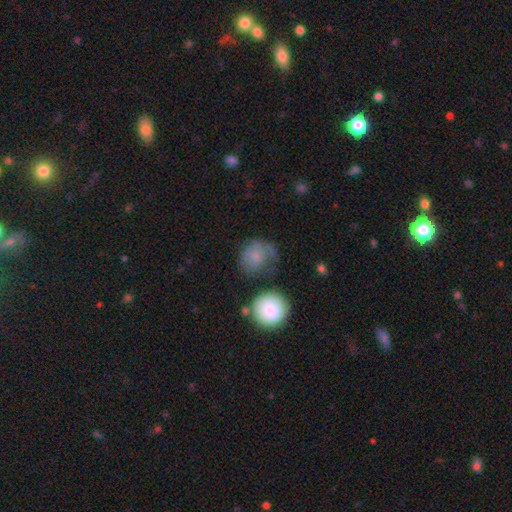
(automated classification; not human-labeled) A smooth galaxy with no disk features (73%) that is round (70%).

Vote fractions:
- Smooth or featured? smooth: 73% / featured or disk: 18% / star or artifact: 9%
- How rounded? round: 70% / in between: 29% / cigar-shaped: 1%
- Merging? none: 39% / minor disturbance: 29% / major disturbance: 24% / merger: 8%